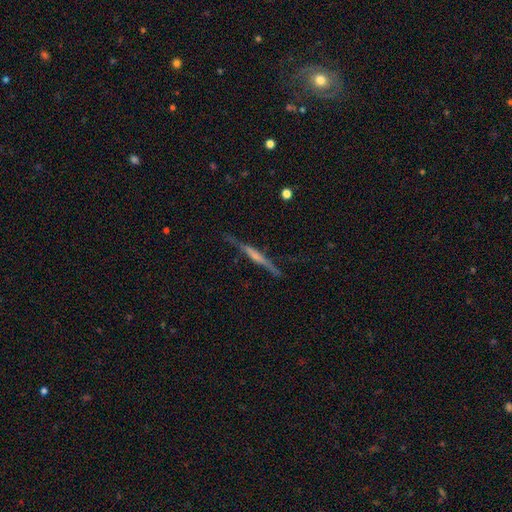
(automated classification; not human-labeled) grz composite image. It shows a featured or disk galaxy (71%) viewed edge-on (96%) with a rounded central bulge (36%). Merging: none (79%).